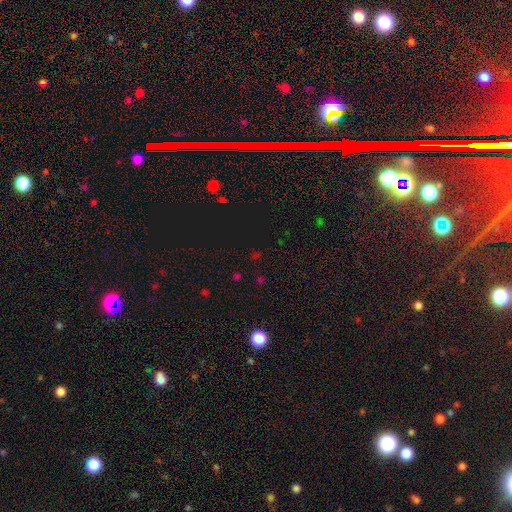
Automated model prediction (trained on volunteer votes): Smooth or featured?
  - star or artifact: 66% *
  - smooth: 27%
  - featured or disk: 7%